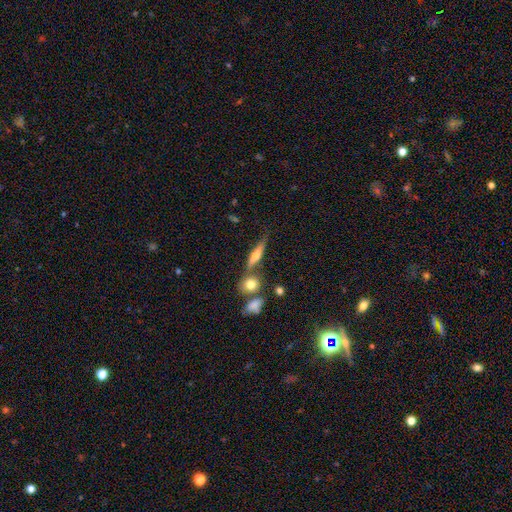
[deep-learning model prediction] The model was most divided on "smooth or featured": featured or disk: 46%, smooth: 45%, star or artifact: 9%. More confident: merging — none (64%).